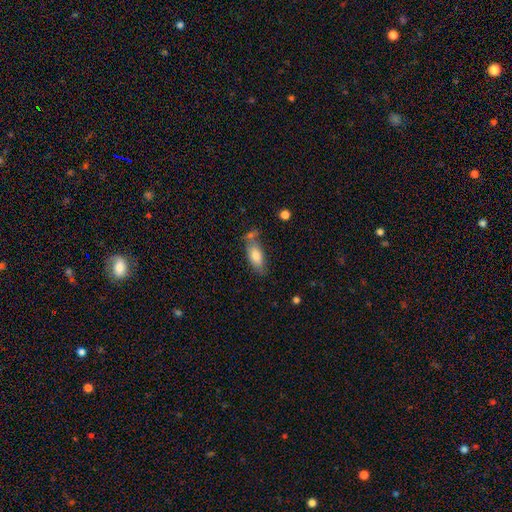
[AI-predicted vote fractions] smooth 77%, featured or disk 16%, star or artifact 7%. Down the decision tree: how rounded — in between (81%); merging — none (58%).